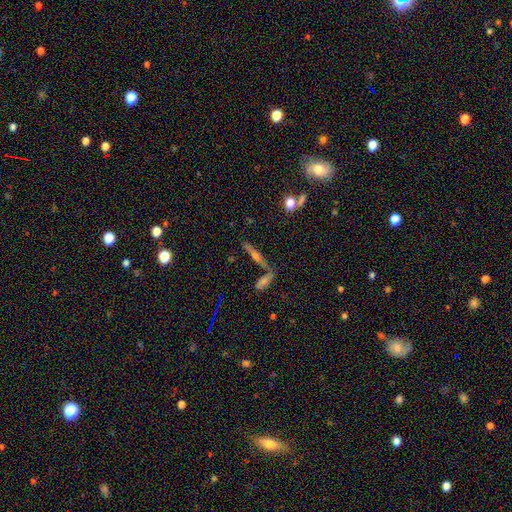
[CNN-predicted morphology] Smooth or featured? Predicted: featured or disk (p=0.58). Edge-on disk? Predicted: yes (p=0.89). Edge-on bulge? Predicted: rounded (p=0.81). Merging? Predicted: none (p=0.59).